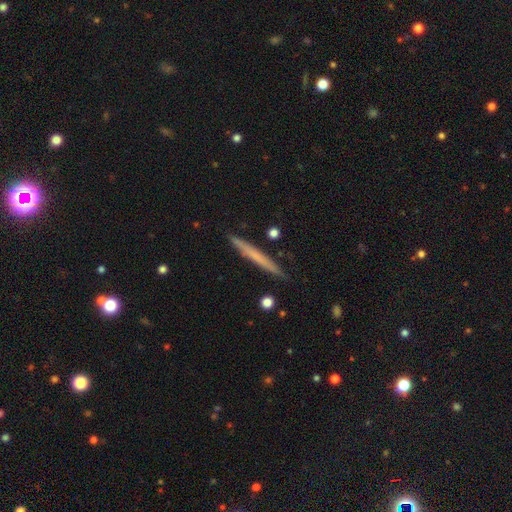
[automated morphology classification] smooth_or_featured: smooth (p=0.55) [alt: featured or disk p=0.39]
how_rounded: cigar-shaped (p=0.97) [alt: in between p=0.02]
merging: none (p=0.89) [alt: minor disturbance p=0.08]